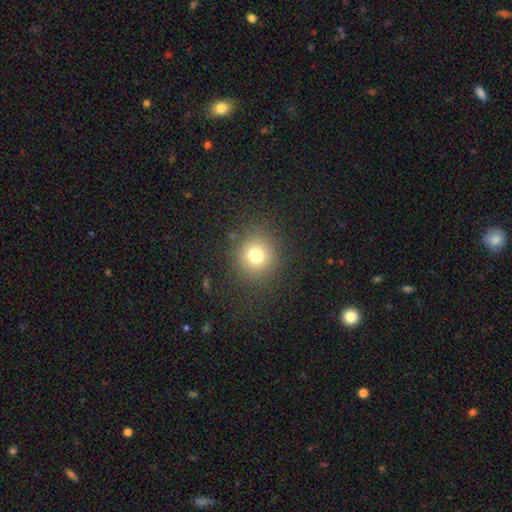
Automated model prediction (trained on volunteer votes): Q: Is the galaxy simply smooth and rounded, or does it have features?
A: smooth — 74%.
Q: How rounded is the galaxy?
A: round — 89%.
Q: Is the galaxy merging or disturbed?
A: none — 86%.